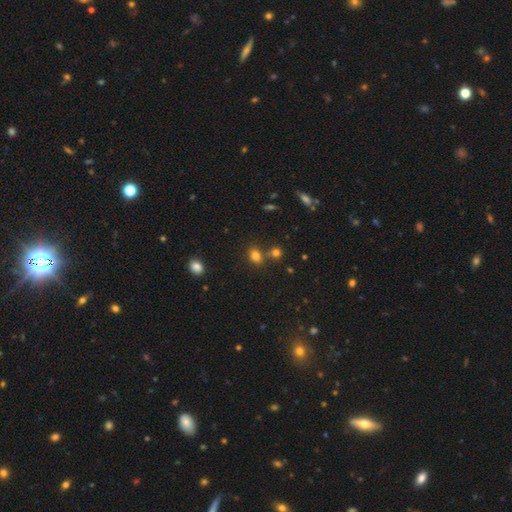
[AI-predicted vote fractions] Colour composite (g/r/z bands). It shows a smooth galaxy with no disk features (77%) that is in between round and cigar-shaped (57%). Merging: none (64%).